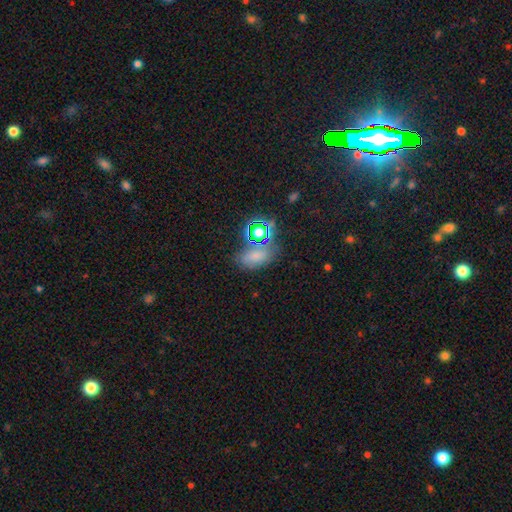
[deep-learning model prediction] A smooth galaxy with no disk features (64%) that is in between round and cigar-shaped (82%). Merging: none (67%).